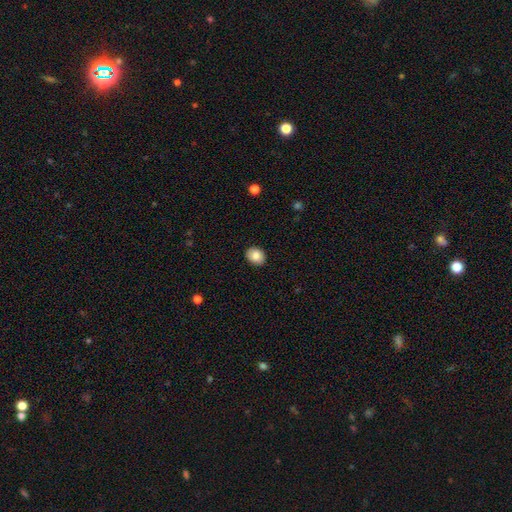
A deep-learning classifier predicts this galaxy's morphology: Smooth or featured: smooth — 85% (star or artifact — 8%)
How rounded: in between — 55% (round — 44%)
Merging: none — 89% (minor disturbance — 8%)